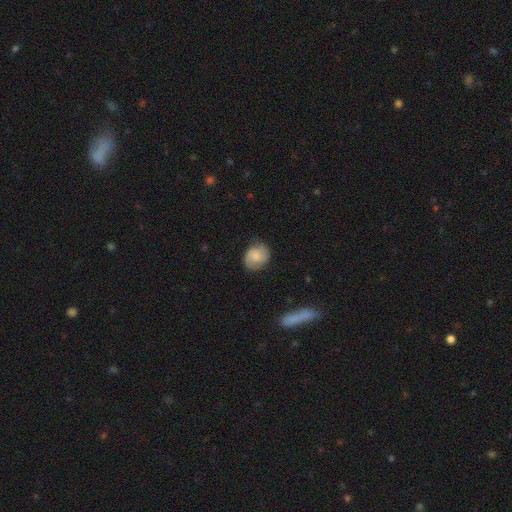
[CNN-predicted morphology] Overall: smooth (62%; featured or disk 30%). How rounded: round (58%; in between 41%). Merging: none (70%).